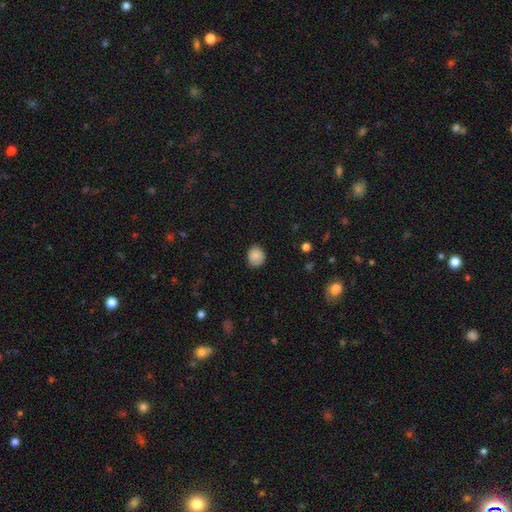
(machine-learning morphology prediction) smooth-or-featured: smooth: 87% | star or artifact: 9% | featured or disk: 4%
  how-rounded: round: 73% | in between: 26% | cigar-shaped: 1%
  merging: none: 81% | minor disturbance: 15% | major disturbance: 3% | merger: 1%